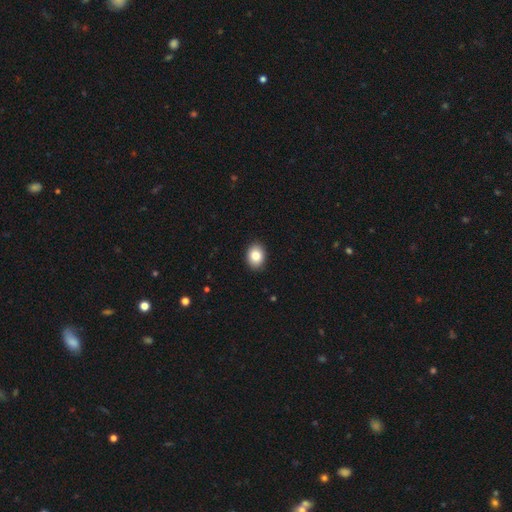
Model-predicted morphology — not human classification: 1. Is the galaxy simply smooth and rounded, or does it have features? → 83% smooth, 9% star or artifact, 8% featured or disk.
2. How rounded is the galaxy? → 65% in between, 35% round, 1% cigar-shaped.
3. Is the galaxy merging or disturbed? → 90% none, 7% minor disturbance, 2% major disturbance, 1% merger.